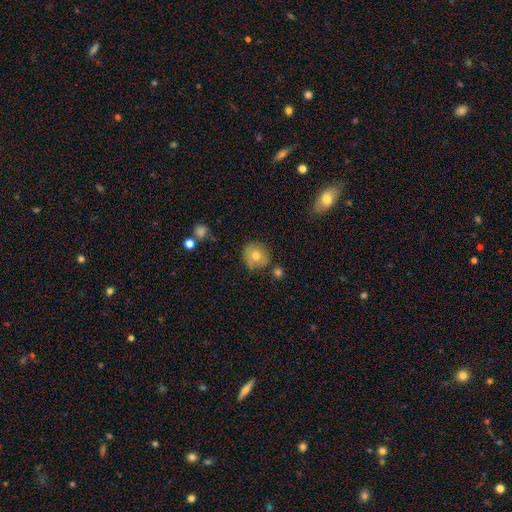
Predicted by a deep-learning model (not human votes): A smooth galaxy with no disk features (70%) that is round (85%).

Vote fractions:
- Smooth or featured? smooth: 70% / featured or disk: 20% / star or artifact: 10%
- How rounded? round: 85% / in between: 14% / cigar-shaped: 1%
- Merging? none: 73% / minor disturbance: 17% / merger: 5% / major disturbance: 4%